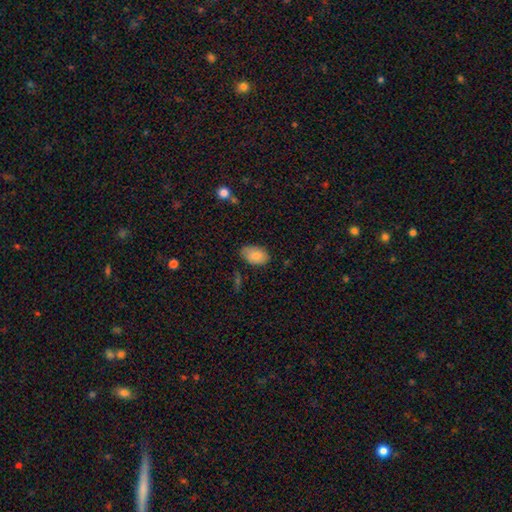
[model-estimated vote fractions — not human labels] This is clearly a smooth galaxy (82%). How rounded: clearly in between (91%). Merging: likely none (73%).